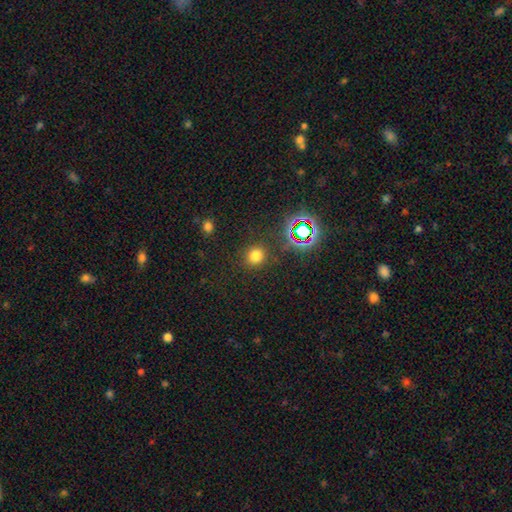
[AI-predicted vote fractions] Smooth or featured?
  - smooth: 73% *
  - star or artifact: 22%
  - featured or disk: 6%
How rounded?
  - round: 90% *
  - in between: 9%
  - cigar-shaped: 1%
Merging?
  - none: 88% *
  - minor disturbance: 7%
  - major disturbance: 3%
  - merger: 2%